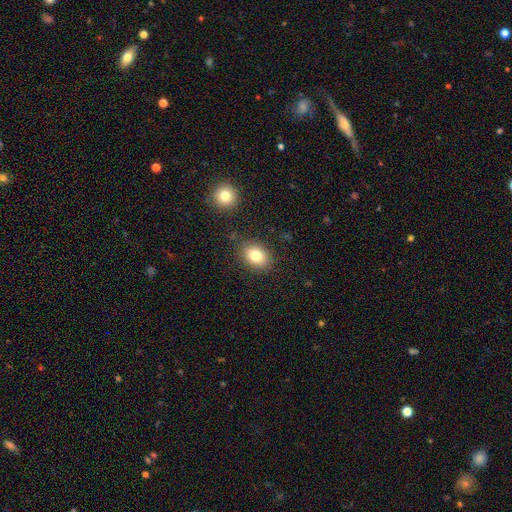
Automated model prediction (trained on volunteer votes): Q: Smooth or featured?
A: smooth (80%); runner-up: featured or disk (10%)
Q: How rounded?
A: in between (62%); runner-up: round (37%)
Q: Merging?
A: none (83%); runner-up: minor disturbance (11%)